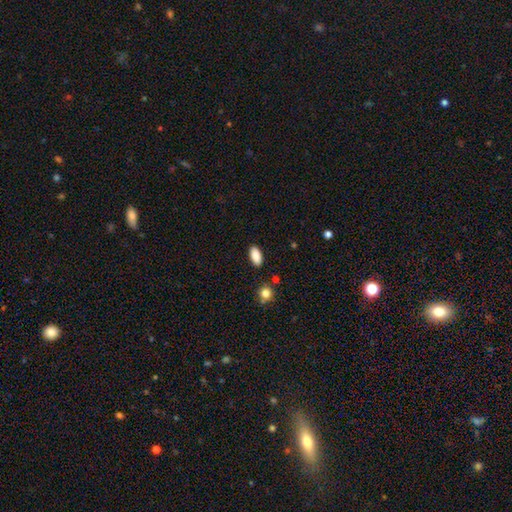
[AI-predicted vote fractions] A smooth galaxy with no disk features (88%) that is in between round and cigar-shaped (90%).

Vote fractions:
- Smooth or featured? smooth: 88% / star or artifact: 7% / featured or disk: 4%
- How rounded? in between: 90% / cigar-shaped: 7% / round: 3%
- Merging? none: 87% / minor disturbance: 9% / major disturbance: 2% / merger: 2%